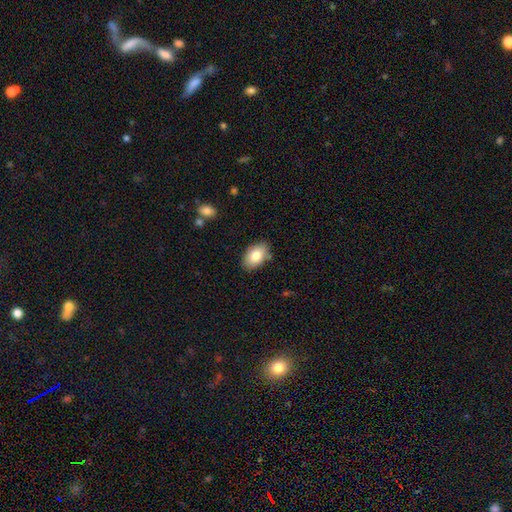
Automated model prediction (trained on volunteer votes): The model was most divided on "smooth or featured": smooth: 80%, featured or disk: 13%, star or artifact: 7%. More confident: how rounded — in between (90%); merging — none (81%).